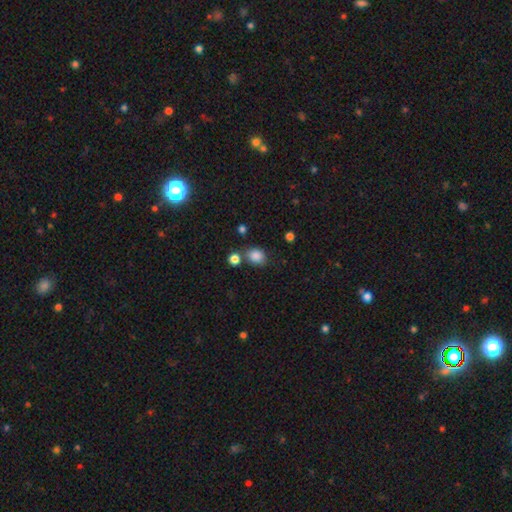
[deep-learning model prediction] This appears to be a smooth galaxy with no disk features (85%) that is round (56%). Merging: none (68%).